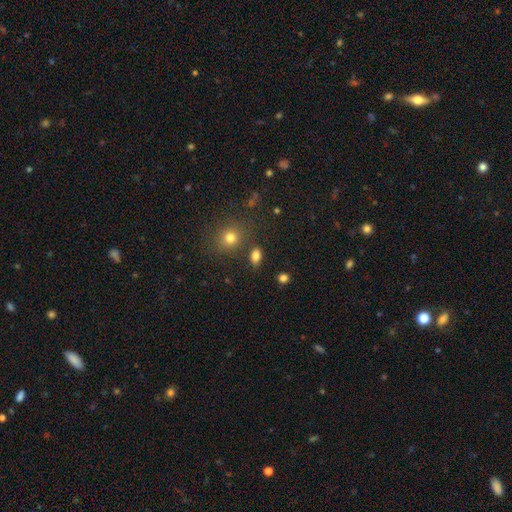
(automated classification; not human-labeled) Smooth or featured? smooth (83%)
How rounded? in between (82%)
Merging? none (81%)